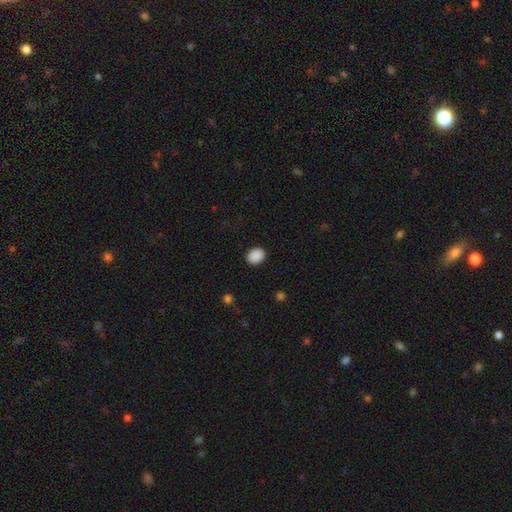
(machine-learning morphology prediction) The model was most divided on "how rounded": in between: 57%, round: 42%, cigar-shaped: 1%. More confident: smooth or featured — smooth (90%); merging — none (90%).